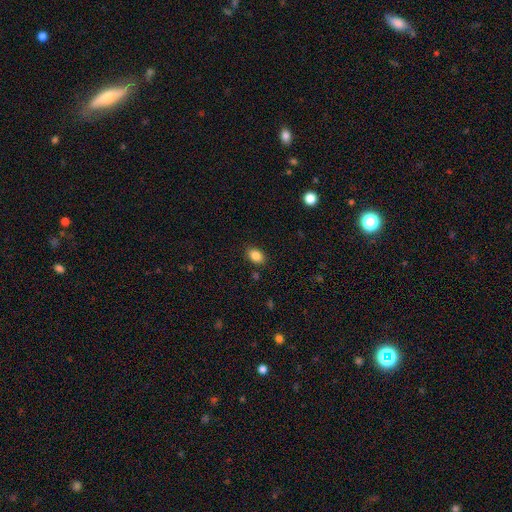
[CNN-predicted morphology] smooth_or_featured: smooth (p=0.85) [alt: star or artifact p=0.09]
how_rounded: in between (p=0.80) [alt: round p=0.19]
merging: none (p=0.87) [alt: minor disturbance p=0.09]